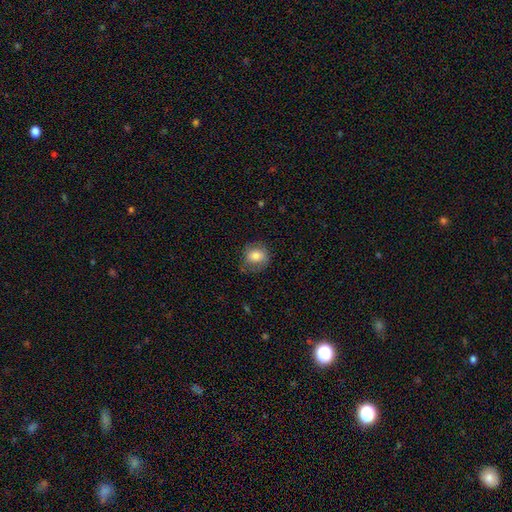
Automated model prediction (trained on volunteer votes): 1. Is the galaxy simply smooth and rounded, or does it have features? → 78% smooth, 13% featured or disk, 8% star or artifact.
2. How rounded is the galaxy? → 70% round, 29% in between, 1% cigar-shaped.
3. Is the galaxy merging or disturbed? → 66% none, 24% minor disturbance, 9% major disturbance, 1% merger.